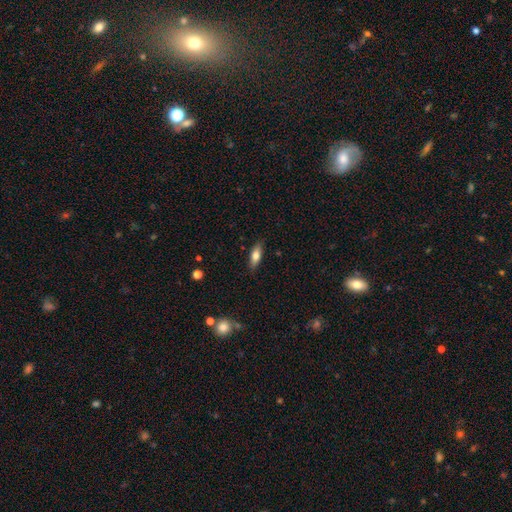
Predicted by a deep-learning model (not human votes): Morphology: type=smooth (73%); roundness=in between (67%); merging=none (85%).